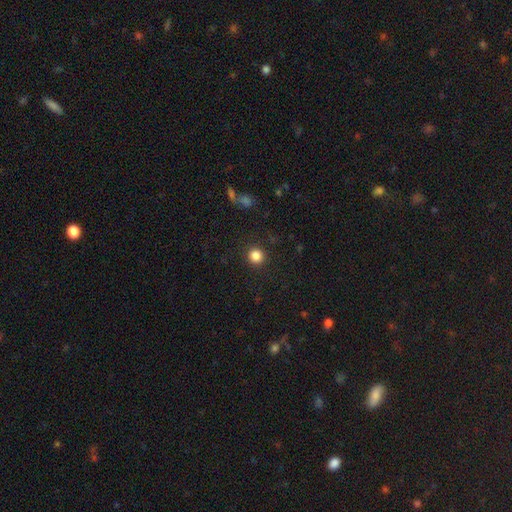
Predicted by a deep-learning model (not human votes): Smooth or featured: smooth — 84% (star or artifact — 11%)
How rounded: round — 93% (in between — 6%)
Merging: none — 91% (minor disturbance — 5%)